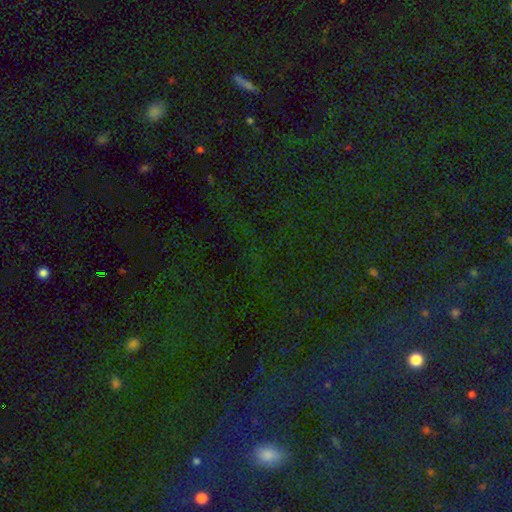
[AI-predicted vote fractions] The model was most divided on "smooth or featured": star or artifact: 78%, smooth: 14%, featured or disk: 8%.